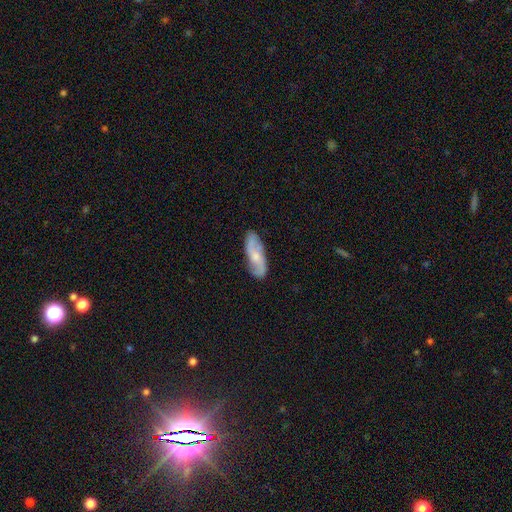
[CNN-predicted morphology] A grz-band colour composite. It shows a featured or disk galaxy (60%) with no bar (58%), spiral arms (88%) and a moderate central bulge (45%). Merging: none (80%).